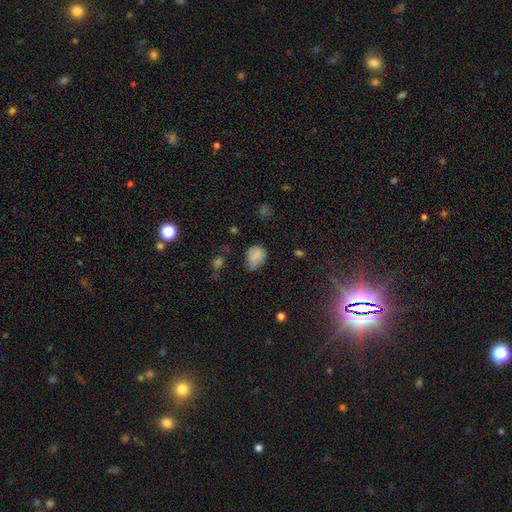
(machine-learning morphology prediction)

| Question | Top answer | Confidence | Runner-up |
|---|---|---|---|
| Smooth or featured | smooth | 72% | star or artifact (15%) |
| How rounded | in between | 56% | round (42%) |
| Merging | none | 53% | minor disturbance (34%) |